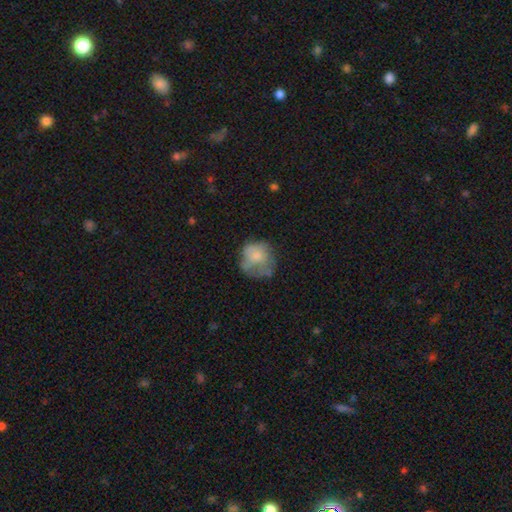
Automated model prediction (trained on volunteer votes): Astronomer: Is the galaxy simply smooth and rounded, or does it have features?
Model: smooth — 62%.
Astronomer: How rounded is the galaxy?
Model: round — 79%.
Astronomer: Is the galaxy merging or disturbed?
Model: none — 48% (runner-up: minor disturbance, 27%).